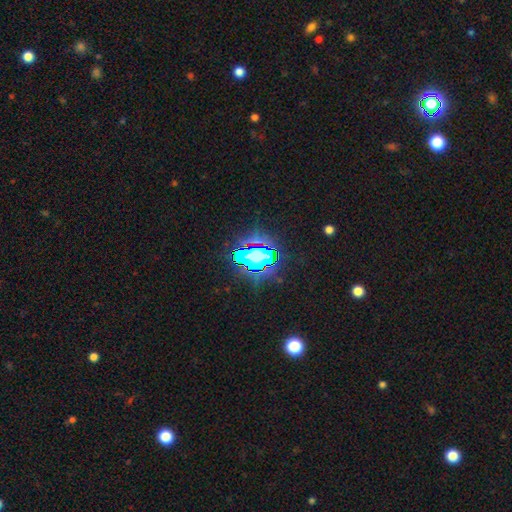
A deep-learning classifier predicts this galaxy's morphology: type=star or artifact (57%).